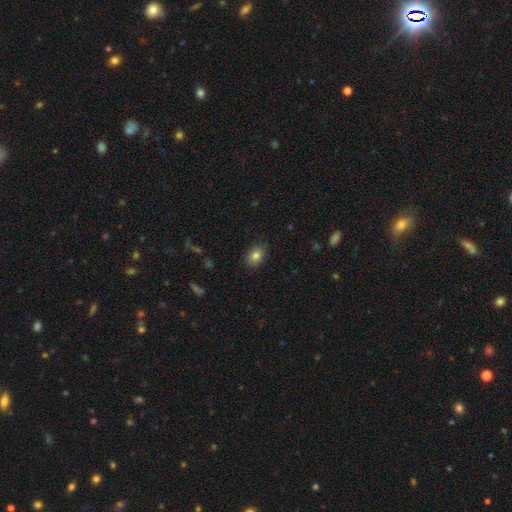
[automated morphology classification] Smooth or featured? Predicted: smooth (p=0.81). How rounded? Predicted: in between (p=0.66). Merging? Predicted: none (p=0.85).